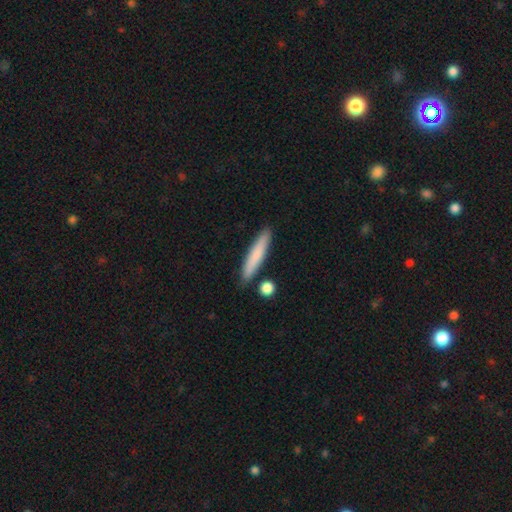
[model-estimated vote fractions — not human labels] Smooth or featured? smooth (77%)
How rounded? cigar-shaped (91%)
Merging? none (85%)